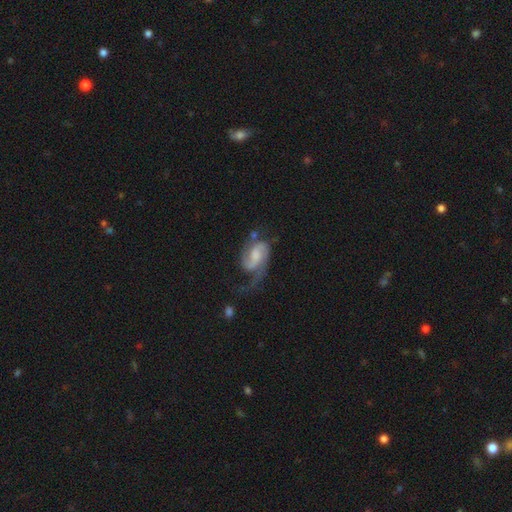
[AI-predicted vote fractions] Smooth or featured? Predicted: featured or disk (p=0.80). Edge-on disk? Predicted: no (p=0.97). Bar? Predicted: weak (p=0.45). Spiral arms? Predicted: yes (p=0.95). Spiral winding? Predicted: medium (p=0.46). Spiral arm count? Predicted: 2 (p=0.70). Bulge size? Predicted: moderate (p=0.36). Merging? Predicted: none (p=0.38).